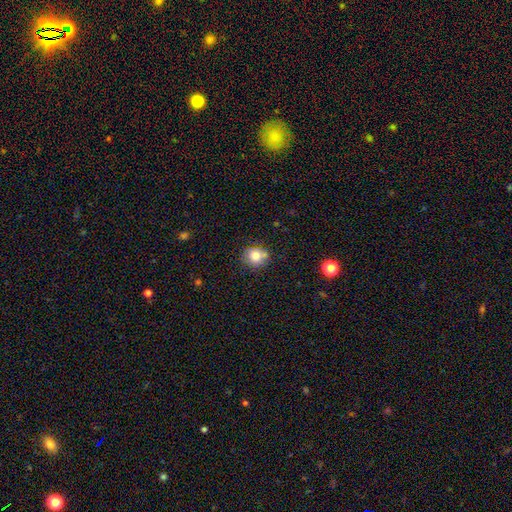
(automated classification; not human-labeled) Q: Smooth or featured?
A: smooth (77%); runner-up: featured or disk (12%)
Q: How rounded?
A: round (85%); runner-up: in between (14%)
Q: Merging?
A: none (70%); runner-up: minor disturbance (15%)